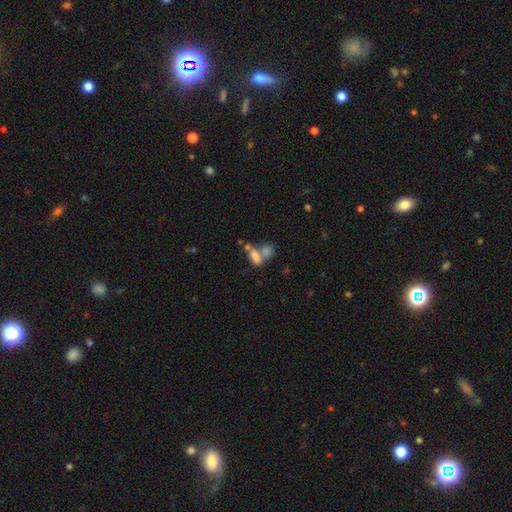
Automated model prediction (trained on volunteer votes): smooth_or_featured: smooth (p=0.74) [alt: featured or disk p=0.15]
how_rounded: in between (p=0.79) [alt: cigar-shaped p=0.11]
merging: merger (p=0.59) [alt: none p=0.26]